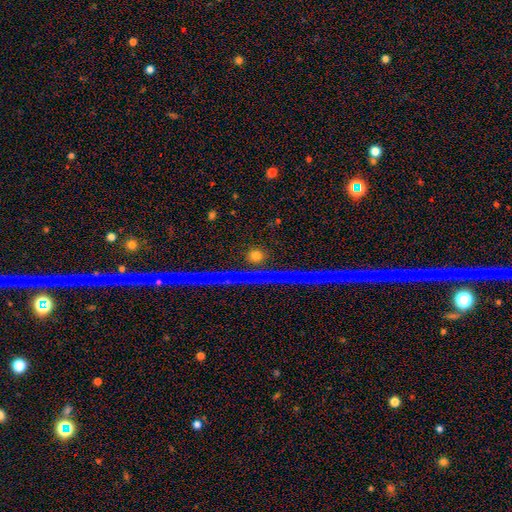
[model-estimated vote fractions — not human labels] Overall: smooth (49%; star or artifact 39%). Merging: none (85%).